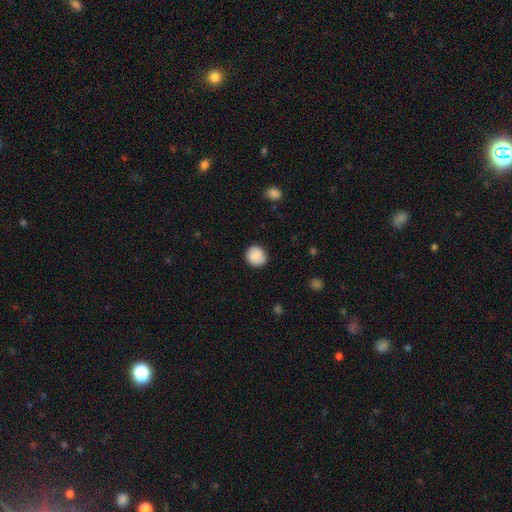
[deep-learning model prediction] smooth 88%, star or artifact 8%, featured or disk 5%. Down the decision tree: how rounded — round (89%); merging — none (86%).